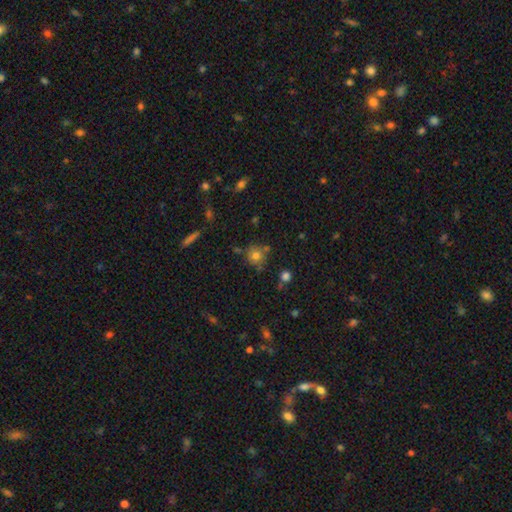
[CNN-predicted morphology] smooth 75%, star or artifact 14%, featured or disk 11%. Down the decision tree: how rounded — round (87%); merging — none (71%).